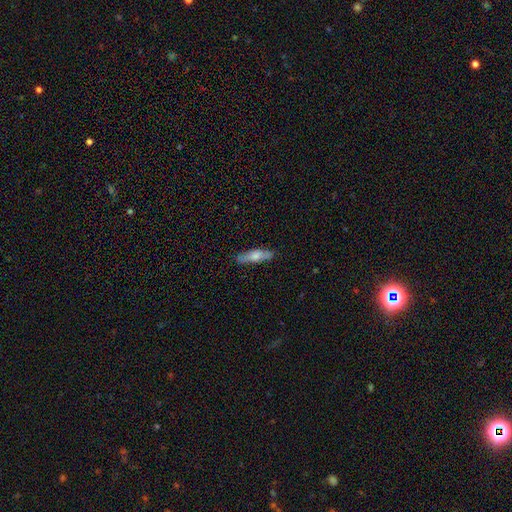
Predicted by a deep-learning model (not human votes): This is likely a smooth galaxy (68%). How rounded: likely cigar-shaped (62%). Merging: clearly none (80%).